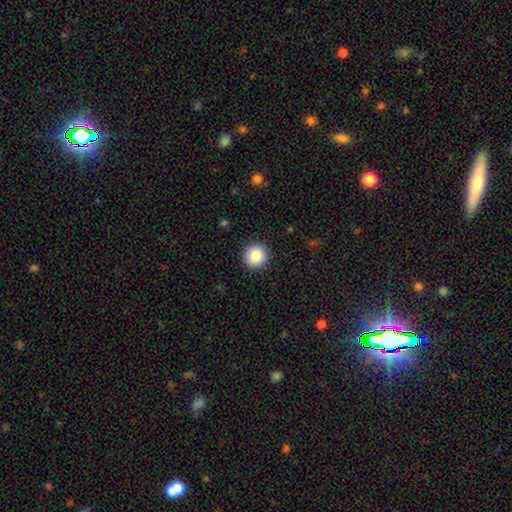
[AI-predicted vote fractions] This is clearly a smooth galaxy (87%). How rounded: clearly round (94%). Merging: clearly none (92%).